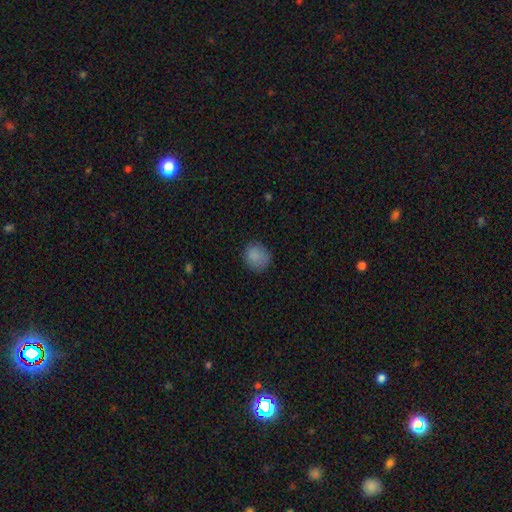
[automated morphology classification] smooth_or_featured: smooth (p=0.86) [alt: star or artifact p=0.09]
how_rounded: round (p=0.80) [alt: in between p=0.19]
merging: none (p=0.78) [alt: minor disturbance p=0.16]